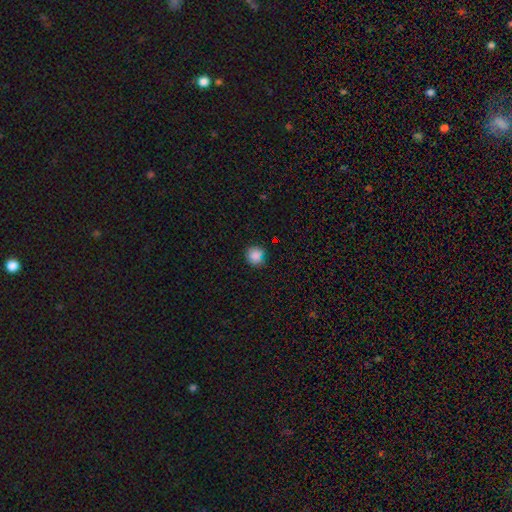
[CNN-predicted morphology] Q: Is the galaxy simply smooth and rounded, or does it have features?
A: smooth — 82%.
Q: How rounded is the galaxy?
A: round — 87%.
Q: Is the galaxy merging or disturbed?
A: none — 77%.